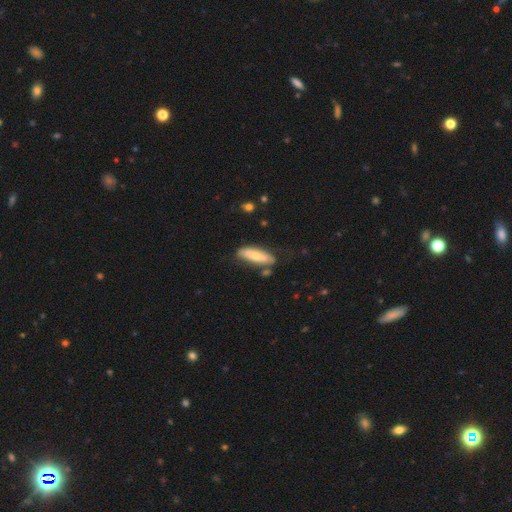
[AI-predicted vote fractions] Q: Smooth or featured?
A: smooth (64%); runner-up: featured or disk (30%)
Q: How rounded?
A: in between (51%); runner-up: cigar-shaped (48%)
Q: Merging?
A: none (62%); runner-up: minor disturbance (23%)